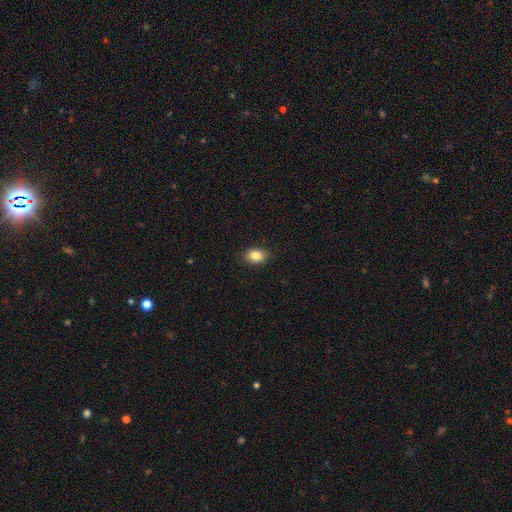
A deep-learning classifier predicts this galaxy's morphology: type=smooth (85%); roundness=in between (74%); merging=none (89%).